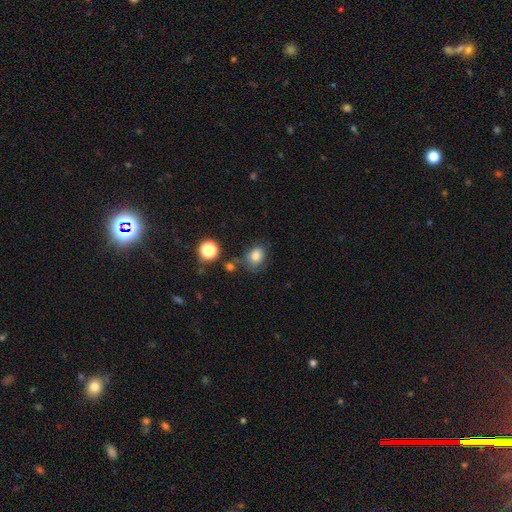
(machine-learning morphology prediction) This appears to be a smooth galaxy with no disk features (81%) that is in between round and cigar-shaped (52%). Merging: none (62%).